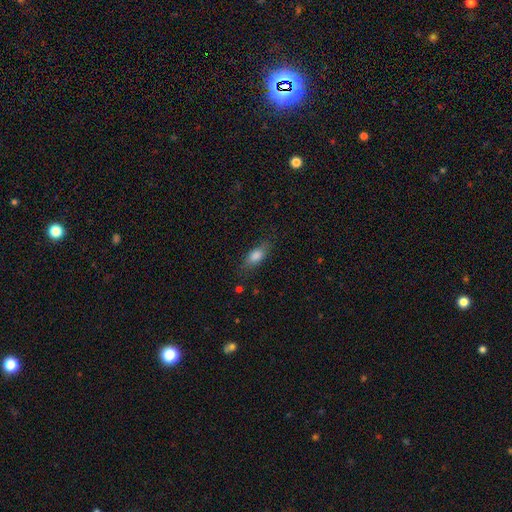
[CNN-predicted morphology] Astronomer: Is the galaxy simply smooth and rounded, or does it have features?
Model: smooth — 81%.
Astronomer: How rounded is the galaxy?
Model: in between — 79%.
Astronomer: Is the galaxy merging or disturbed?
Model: none — 75%.